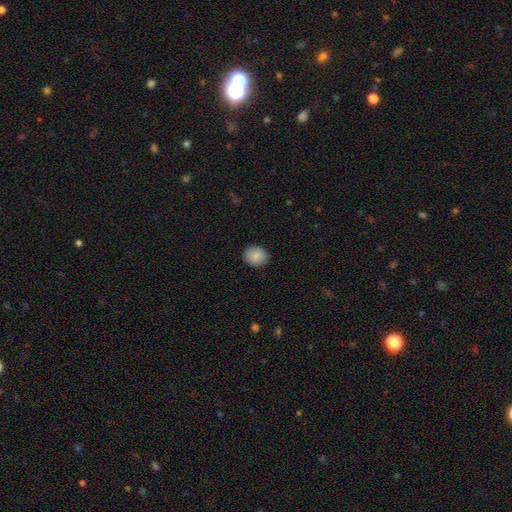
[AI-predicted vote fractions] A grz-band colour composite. It shows a smooth galaxy with no disk features (87%) that is round (70%). Merging: none (90%).